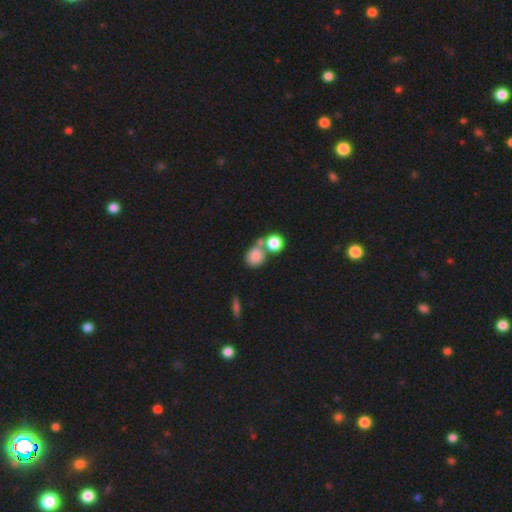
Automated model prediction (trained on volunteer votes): This appears to be a smooth galaxy with no disk features (79%) that is round (78%). Merging: none (48%).